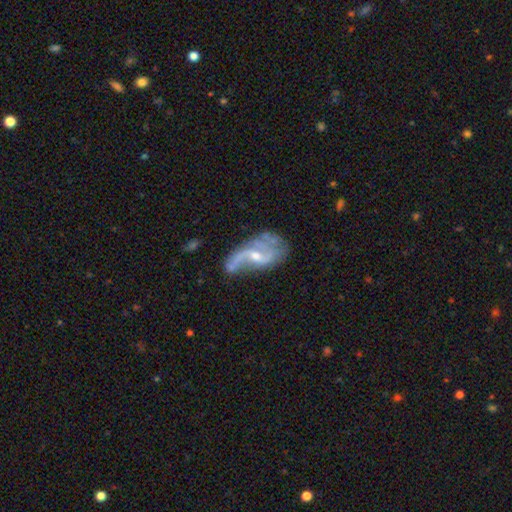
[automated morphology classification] type=featured or disk (83%); edge-on=no (96%); bar=weak (47%); spiral arms=yes (89%); winding=loose (69%); arm count=2 (69%); bulge=small (56%); merging=none (38%).